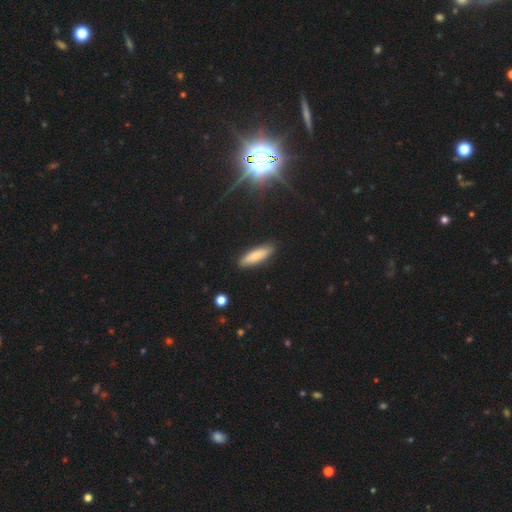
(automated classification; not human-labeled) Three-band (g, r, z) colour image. It shows a smooth galaxy with no disk features (79%) that is cigar-shaped (56%). Merging: none (88%).